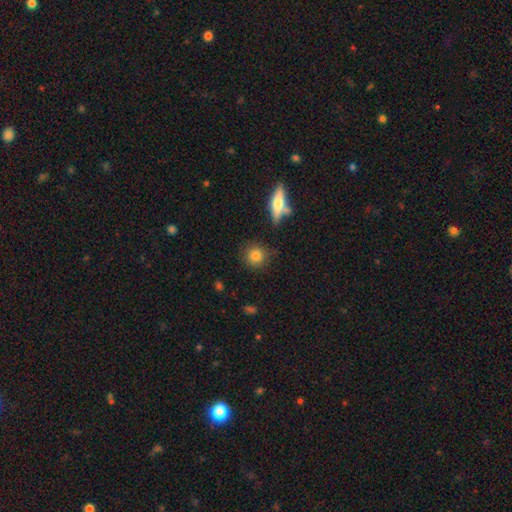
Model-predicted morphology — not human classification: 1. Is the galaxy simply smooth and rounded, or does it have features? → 81% smooth, 10% star or artifact, 10% featured or disk.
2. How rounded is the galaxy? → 88% round, 10% in between, 2% cigar-shaped.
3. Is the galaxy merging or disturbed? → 84% none, 9% minor disturbance, 4% merger, 3% major disturbance.